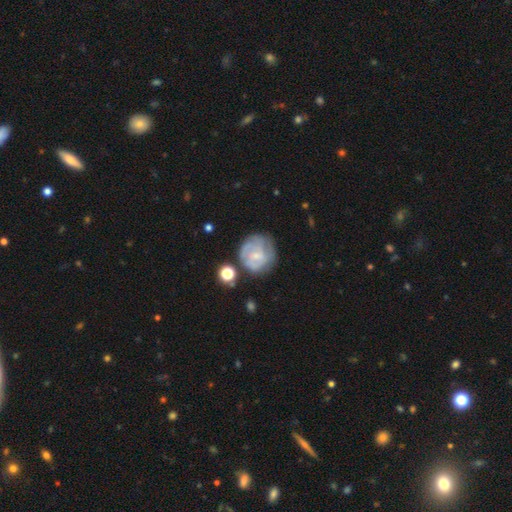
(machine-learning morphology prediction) Overall: featured or disk (58%; smooth 34%). Edge-on disk: no (98%). Bar: no (66%; weak 29%). Spiral arms: yes (67%; no 33%). Bulge size: small (58%; moderate 23%). Merging: none (58%; minor disturbance 22%).